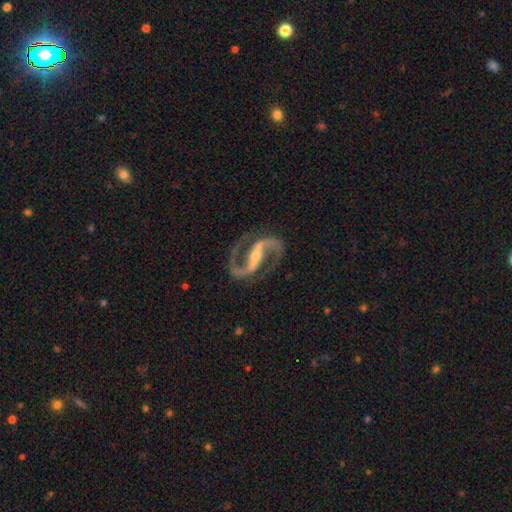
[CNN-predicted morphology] featured or disk 93%, star or artifact 4%, smooth 2%. Down the decision tree: edge-on disk — no (97%); bar — strong (57%); spiral arms — yes (98%); spiral arm count — 2 (94%); spiral winding — medium (60%); bulge size — small (54%); merging — none (82%).